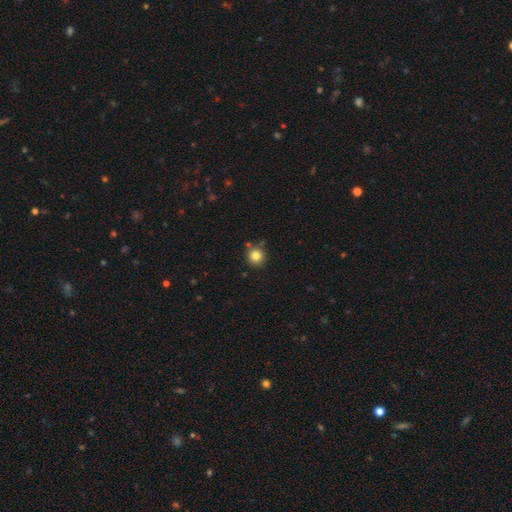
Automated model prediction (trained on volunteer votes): smooth_or_featured: smooth (p=0.82) [alt: star or artifact p=0.12]
how_rounded: round (p=0.93) [alt: in between p=0.06]
merging: none (p=0.79) [alt: minor disturbance p=0.12]